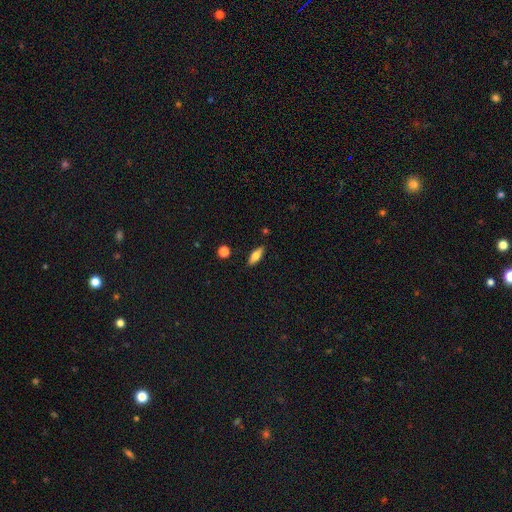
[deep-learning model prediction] Q: Smooth or featured?
A: smooth (58%); runner-up: featured or disk (34%)
Q: How rounded?
A: in between (60%); runner-up: cigar-shaped (37%)
Q: Merging?
A: none (87%); runner-up: minor disturbance (10%)